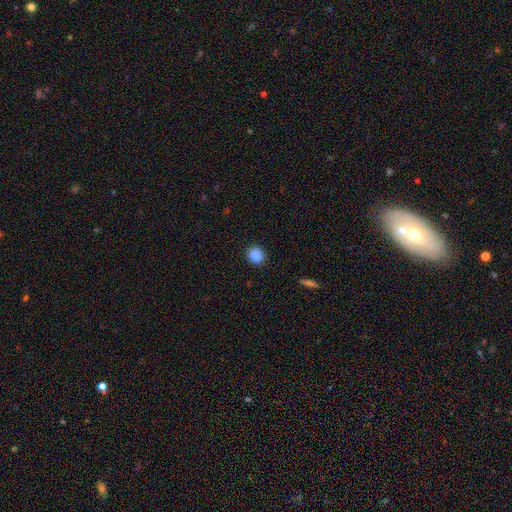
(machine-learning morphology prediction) Overall: smooth (86%). How rounded: round (80%). Merging: none (91%).